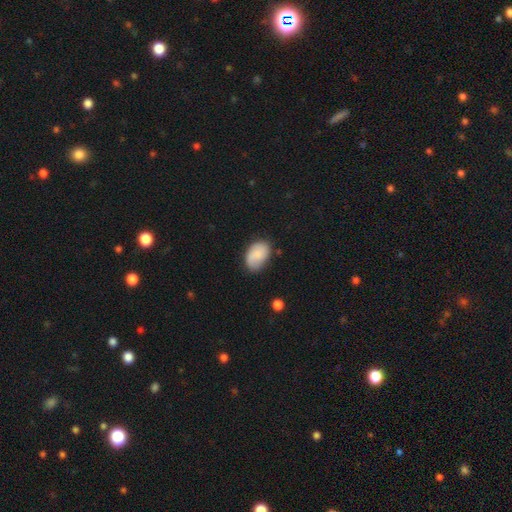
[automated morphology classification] This is clearly a smooth galaxy (80%). How rounded: clearly in between (88%). Merging: likely none (67%).